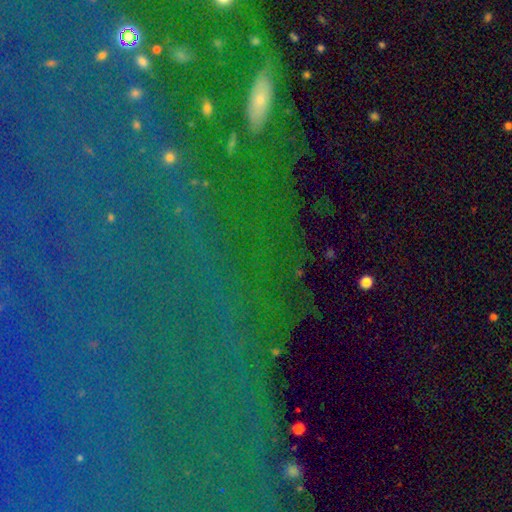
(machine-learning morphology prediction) Smooth or featured: star or artifact — 70% (smooth — 15%)